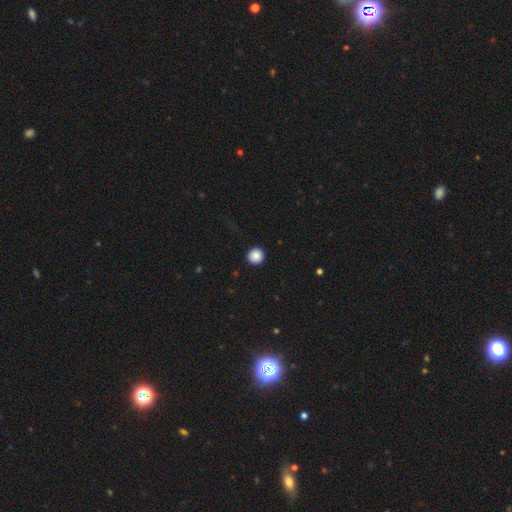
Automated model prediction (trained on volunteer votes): Smooth or featured? Predicted: smooth (p=0.87). How rounded? Predicted: round (p=0.96). Merging? Predicted: none (p=0.93).